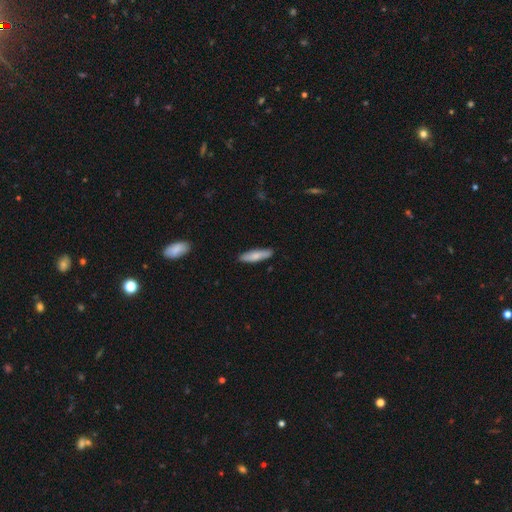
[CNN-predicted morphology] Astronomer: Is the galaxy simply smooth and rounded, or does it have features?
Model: smooth — 77%.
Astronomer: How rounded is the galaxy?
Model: cigar-shaped — 71%.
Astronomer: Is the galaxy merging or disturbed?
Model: none — 87%.